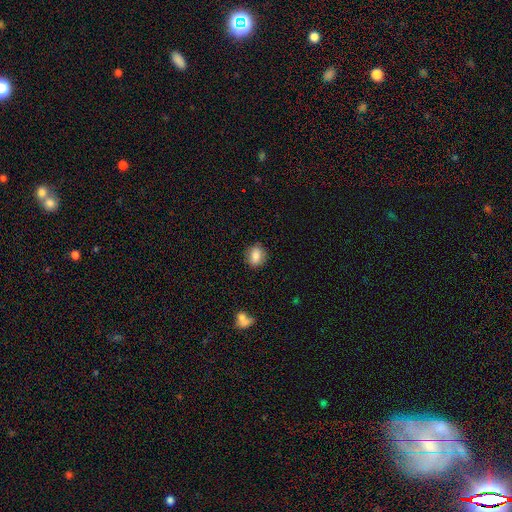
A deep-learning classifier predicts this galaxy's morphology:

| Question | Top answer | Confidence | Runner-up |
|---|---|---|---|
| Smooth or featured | smooth | 81% | featured or disk (10%) |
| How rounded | in between | 50% | round (49%) |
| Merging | none | 83% | minor disturbance (12%) |